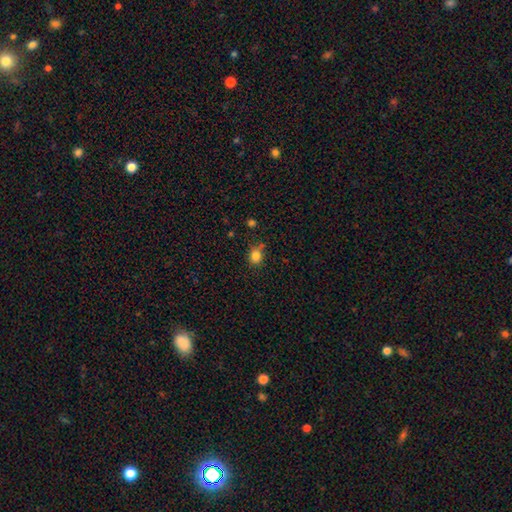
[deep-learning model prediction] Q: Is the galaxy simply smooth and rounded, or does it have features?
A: smooth — 83%.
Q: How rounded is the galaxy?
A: round — 65%.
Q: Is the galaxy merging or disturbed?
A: none — 72%.